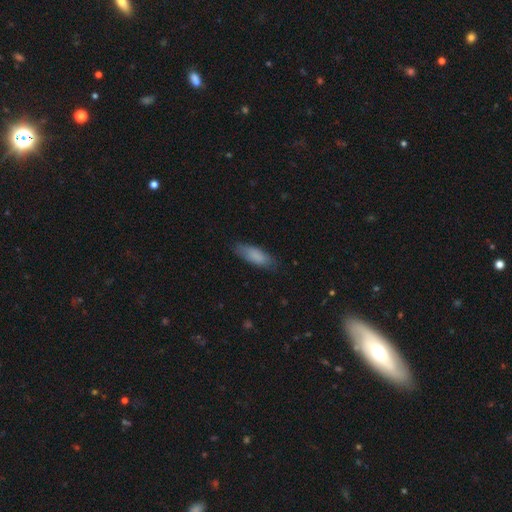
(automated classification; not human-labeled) Overall: smooth (85%). How rounded: in between (64%; cigar-shaped 35%). Merging: none (80%).